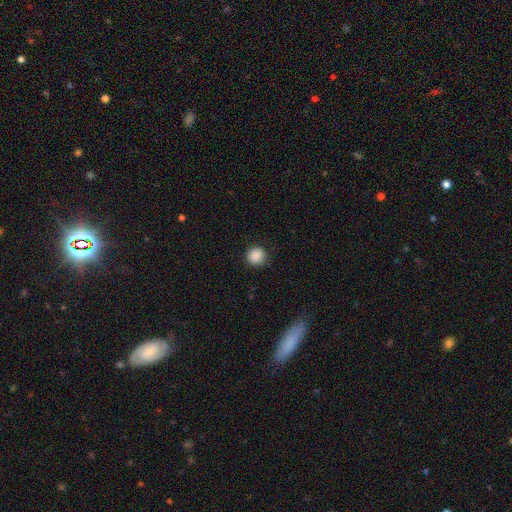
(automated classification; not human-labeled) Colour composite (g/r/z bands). It shows a smooth galaxy with no disk features (88%) that is round (94%). Merging: none (90%).